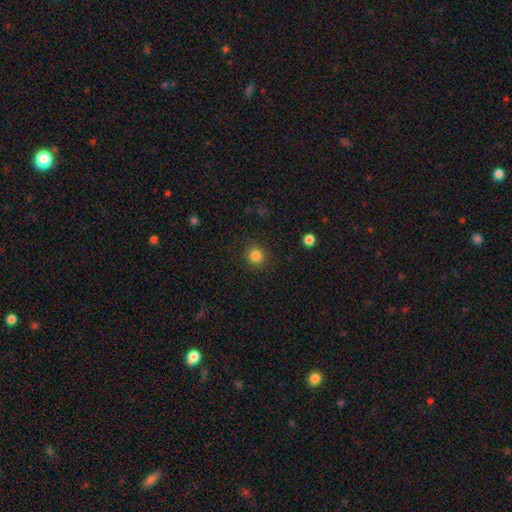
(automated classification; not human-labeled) Smooth or featured? smooth (84%)
How rounded? round (91%)
Merging? none (88%)